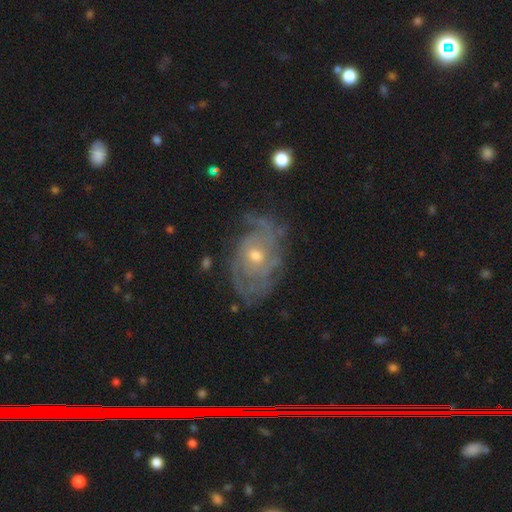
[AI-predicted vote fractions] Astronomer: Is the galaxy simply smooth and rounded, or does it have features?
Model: featured or disk — 82%.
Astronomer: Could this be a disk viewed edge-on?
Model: no — 96%.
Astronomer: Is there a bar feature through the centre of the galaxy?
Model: no — 76%.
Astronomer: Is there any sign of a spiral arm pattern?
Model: yes — 86%.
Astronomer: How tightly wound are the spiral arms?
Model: tight — 53% (runner-up: medium, 32%).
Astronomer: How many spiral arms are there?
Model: can't tell — 46% (runner-up: 2, 22%).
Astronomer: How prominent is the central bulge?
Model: moderate — 56% (runner-up: small, 40%).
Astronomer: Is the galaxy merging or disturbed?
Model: none — 60%.